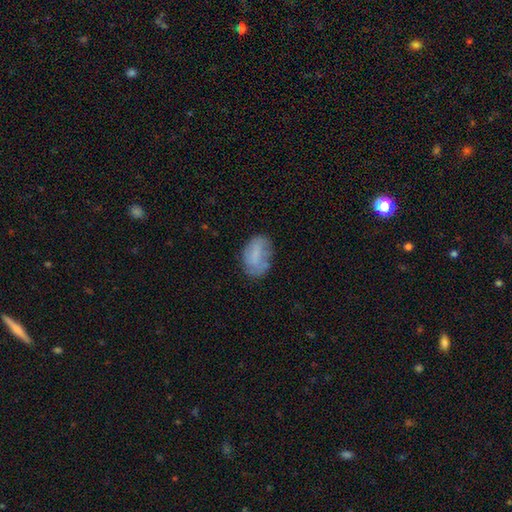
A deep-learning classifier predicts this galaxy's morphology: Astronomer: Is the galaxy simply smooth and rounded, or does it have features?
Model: smooth — 68%.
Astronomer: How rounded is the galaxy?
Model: in between — 87%.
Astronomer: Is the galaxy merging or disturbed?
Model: none — 59%.